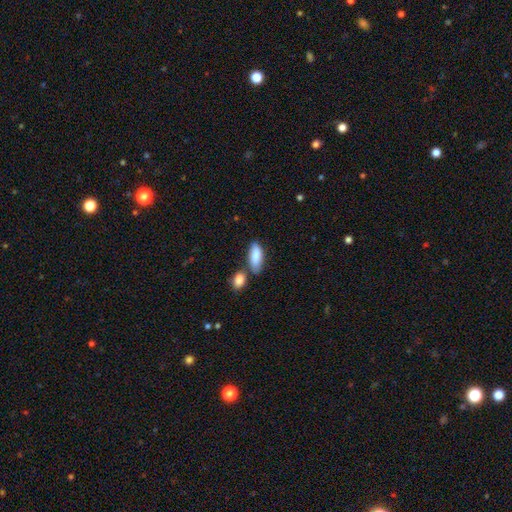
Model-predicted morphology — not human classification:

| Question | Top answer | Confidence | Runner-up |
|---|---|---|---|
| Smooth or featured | smooth | 85% | featured or disk (9%) |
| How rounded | in between | 81% | cigar-shaped (17%) |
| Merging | none | 53% | merger (26%) |